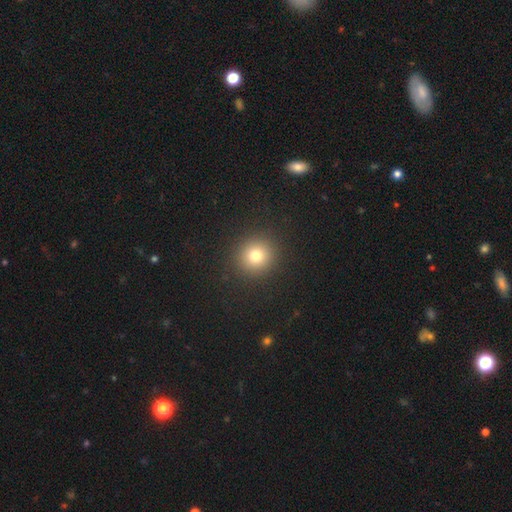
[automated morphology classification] Smooth or featured? Predicted: smooth (p=0.76). How rounded? Predicted: round (p=0.90). Merging? Predicted: none (p=0.91).